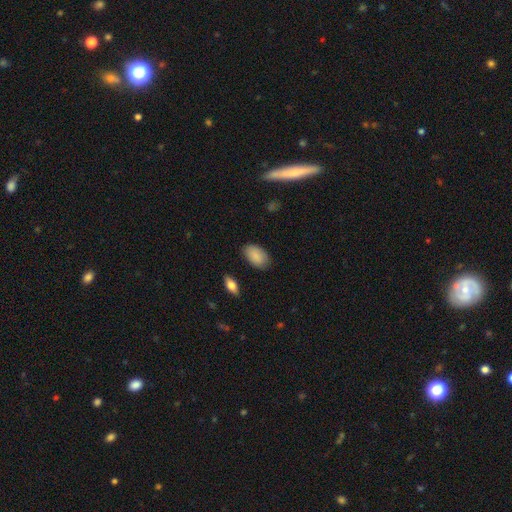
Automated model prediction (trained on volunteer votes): smooth_or_featured: smooth (p=0.88) [alt: star or artifact p=0.06]
how_rounded: in between (p=0.94) [alt: round p=0.05]
merging: none (p=0.83) [alt: minor disturbance p=0.13]